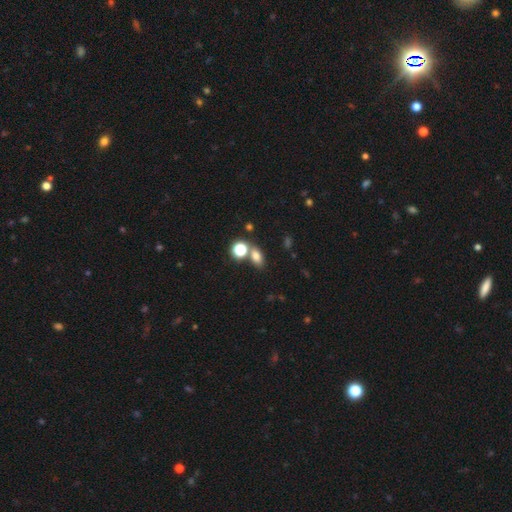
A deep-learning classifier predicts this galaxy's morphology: Smooth or featured?
  - smooth: 73% *
  - star or artifact: 18%
  - featured or disk: 9%
How rounded?
  - in between: 73% *
  - round: 24%
  - cigar-shaped: 3%
Merging?
  - none: 62% *
  - merger: 24%
  - minor disturbance: 10%
  - major disturbance: 4%